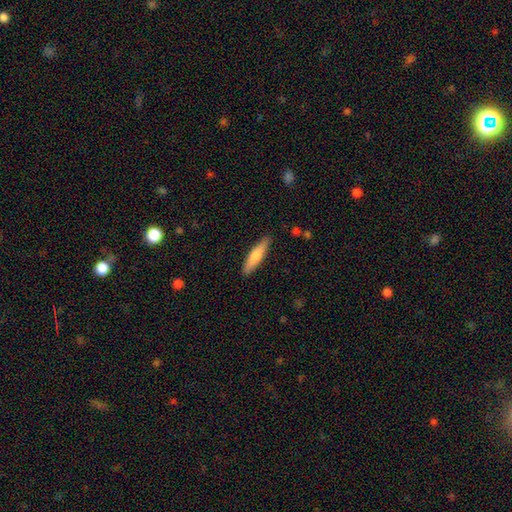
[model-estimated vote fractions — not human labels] Overall: smooth (69%). How rounded: cigar-shaped (81%). Merging: none (88%).